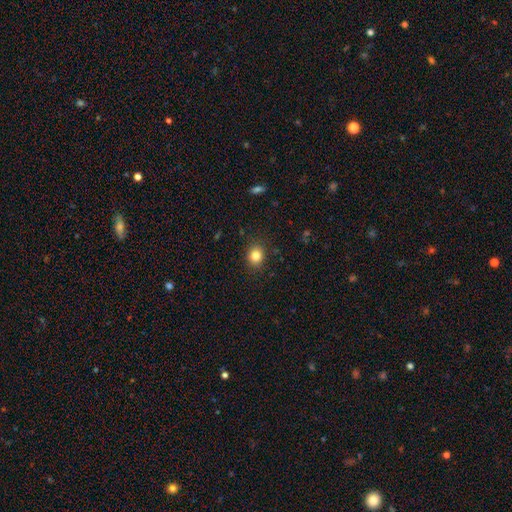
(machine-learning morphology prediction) type=smooth (83%); roundness=round (70%); merging=none (87%).